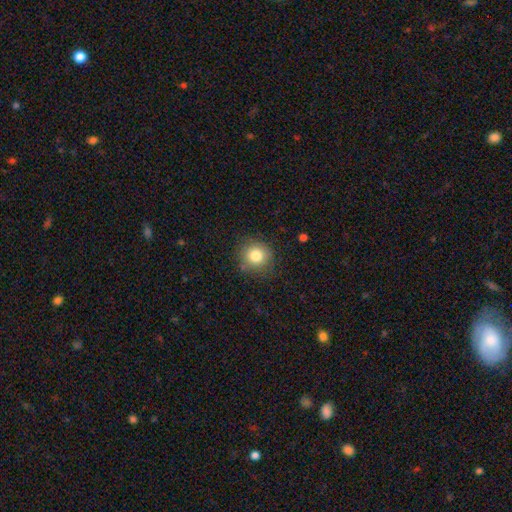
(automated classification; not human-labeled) Smooth or featured? Predicted: smooth (p=0.80). How rounded? Predicted: round (p=0.89). Merging? Predicted: none (p=0.83).